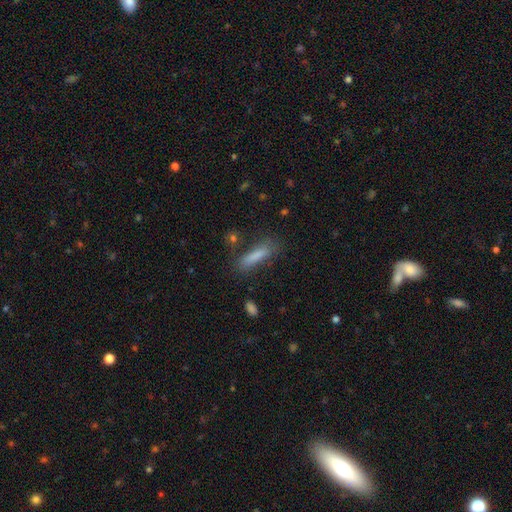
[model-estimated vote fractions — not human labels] This is likely a smooth galaxy (77%). How rounded: likely cigar-shaped (78%). Merging: likely none (72%).